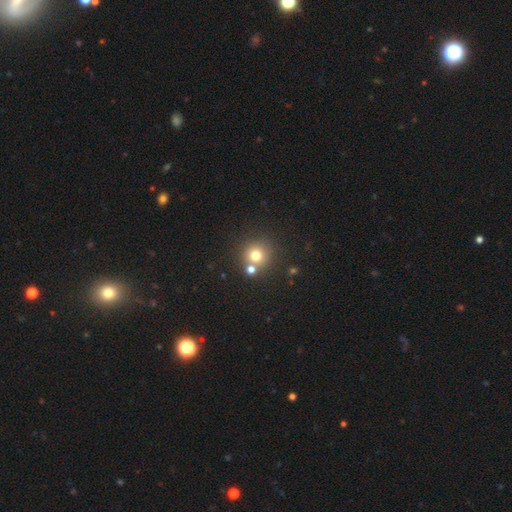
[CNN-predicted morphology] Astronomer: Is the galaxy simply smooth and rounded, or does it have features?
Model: smooth — 74%.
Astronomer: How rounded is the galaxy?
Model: round — 92%.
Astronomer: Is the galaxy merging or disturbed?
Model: none — 67%.